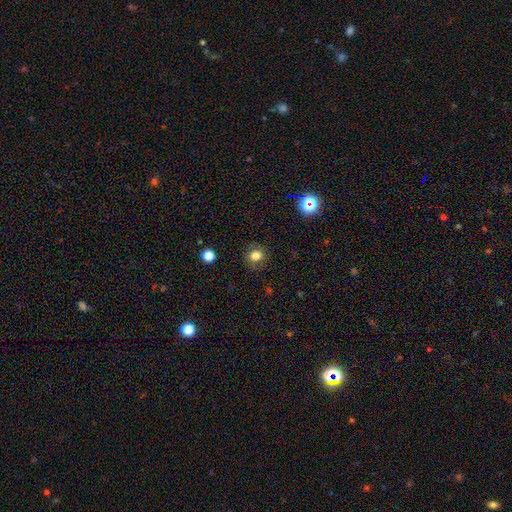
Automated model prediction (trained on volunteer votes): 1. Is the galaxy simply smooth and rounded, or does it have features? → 80% smooth, 13% star or artifact, 7% featured or disk.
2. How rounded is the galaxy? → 83% round, 16% in between, 1% cigar-shaped.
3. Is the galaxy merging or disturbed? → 86% none, 10% minor disturbance, 3% major disturbance, 1% merger.